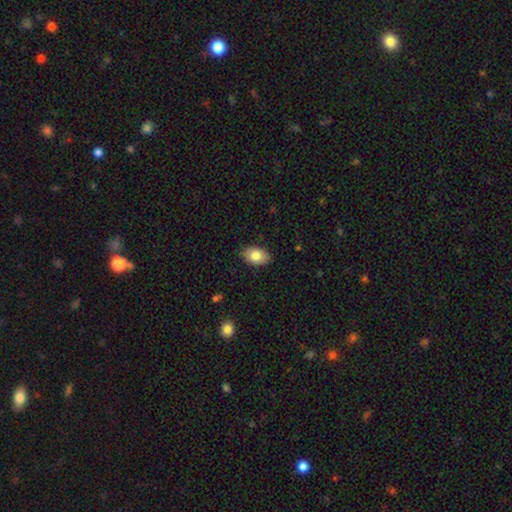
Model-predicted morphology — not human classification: Smooth or featured: smooth — 81% (featured or disk — 12%)
How rounded: in between — 89% (round — 10%)
Merging: none — 86% (minor disturbance — 11%)